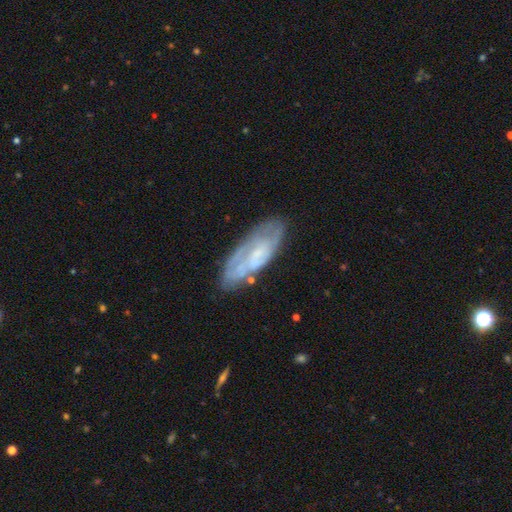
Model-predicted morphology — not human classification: type=featured or disk (62%); edge-on=no (85%); bar=no (60%); spiral arms=yes (63%); bulge=small (49%); merging=none (68%).